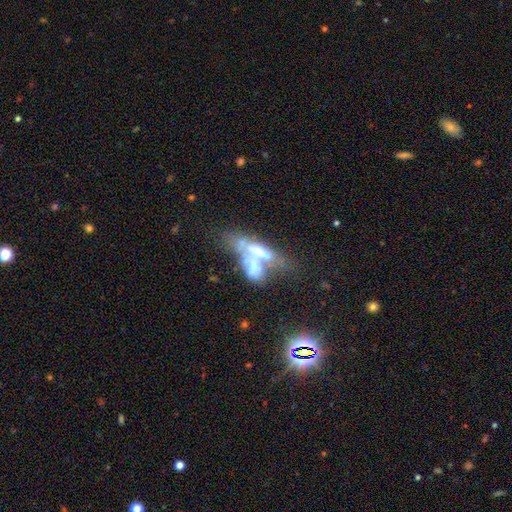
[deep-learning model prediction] Overall: featured or disk (52%; smooth 36%). Edge-on disk: no (68%; yes 32%). Merging: merger (59%).